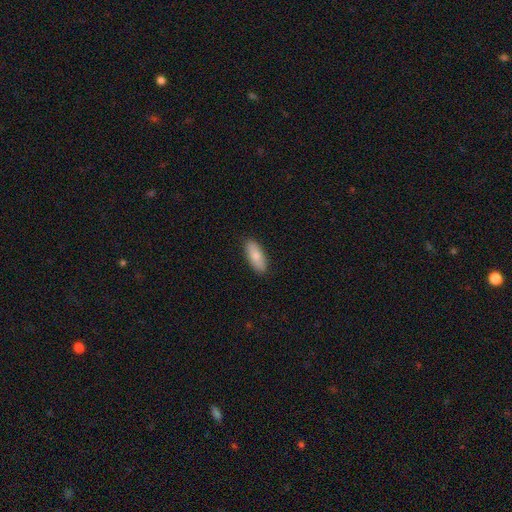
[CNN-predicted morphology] A smooth galaxy with no disk features (80%) that is in between round and cigar-shaped (79%).

Vote fractions:
- Smooth or featured? smooth: 80% / featured or disk: 14% / star or artifact: 6%
- How rounded? in between: 79% / cigar-shaped: 18% / round: 2%
- Merging? none: 89% / minor disturbance: 9% / major disturbance: 2% / merger: 1%